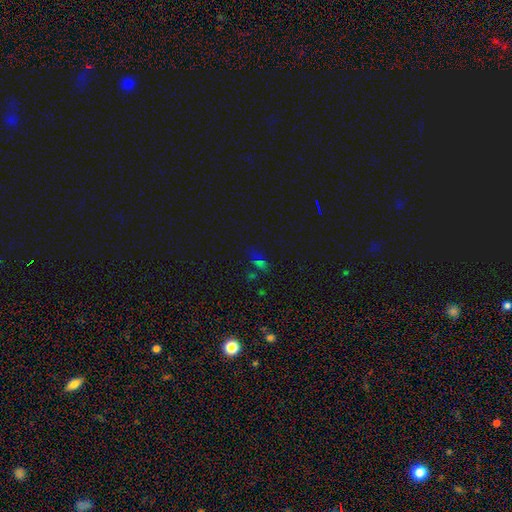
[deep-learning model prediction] smooth_or_featured: star or artifact (p=0.49) [alt: smooth p=0.40]